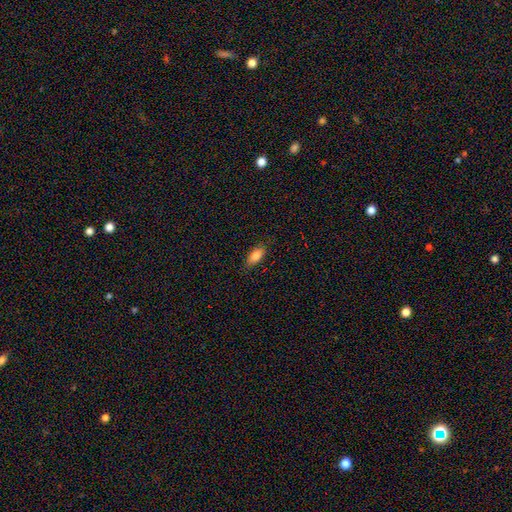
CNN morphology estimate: smooth_or_featured: smooth (p=0.85) [alt: featured or disk p=0.08]
how_rounded: in between (p=0.85) [alt: cigar-shaped p=0.12]
merging: none (p=0.85) [alt: minor disturbance p=0.12]